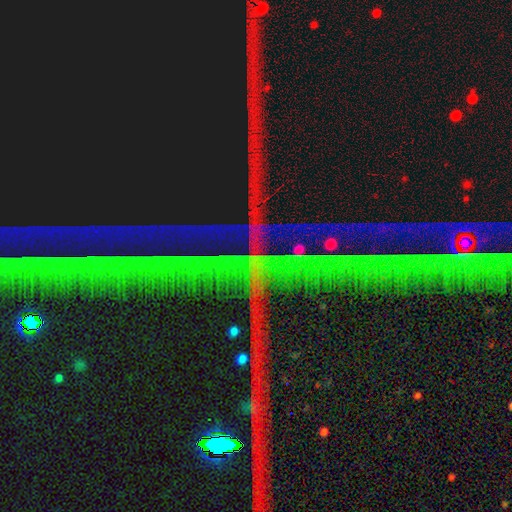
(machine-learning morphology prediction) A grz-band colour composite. It shows a star or artifact, not a galaxy (88%).